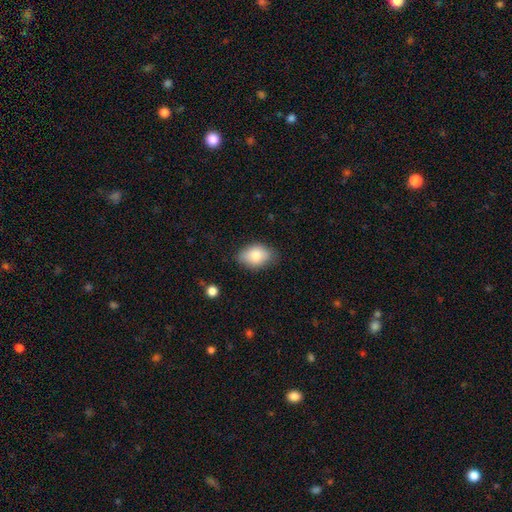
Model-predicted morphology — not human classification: A smooth galaxy with no disk features (81%) that is in between round and cigar-shaped (82%). Merging: none (74%).